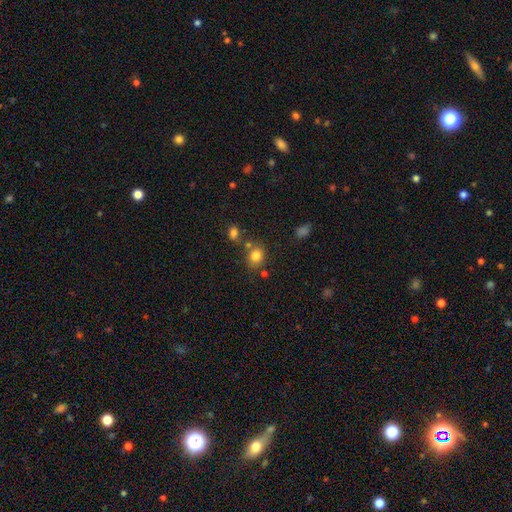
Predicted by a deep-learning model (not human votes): Morphology: type=smooth (81%); roundness=round (66%); merging=none (68%).